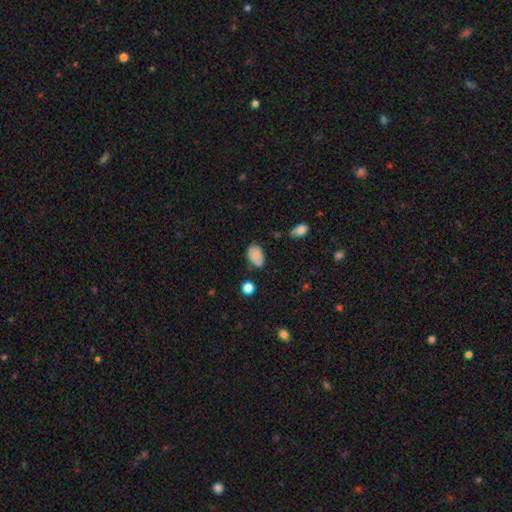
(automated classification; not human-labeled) Morphology: type=smooth (76%); roundness=in between (87%); merging=none (62%).